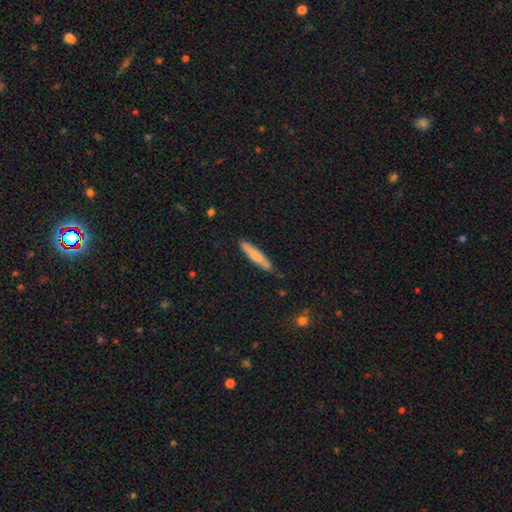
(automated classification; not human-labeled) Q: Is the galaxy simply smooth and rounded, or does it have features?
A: smooth — 72%.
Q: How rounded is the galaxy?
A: cigar-shaped — 90%.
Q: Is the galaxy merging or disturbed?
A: none — 77%.